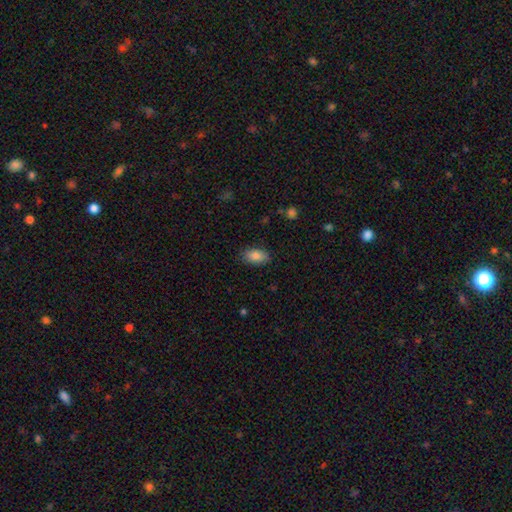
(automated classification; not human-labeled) smooth-or-featured: smooth: 85% | featured or disk: 8% | star or artifact: 7%
  how-rounded: in between: 92% | round: 5% | cigar-shaped: 3%
  merging: none: 85% | minor disturbance: 11% | major disturbance: 3% | merger: 1%